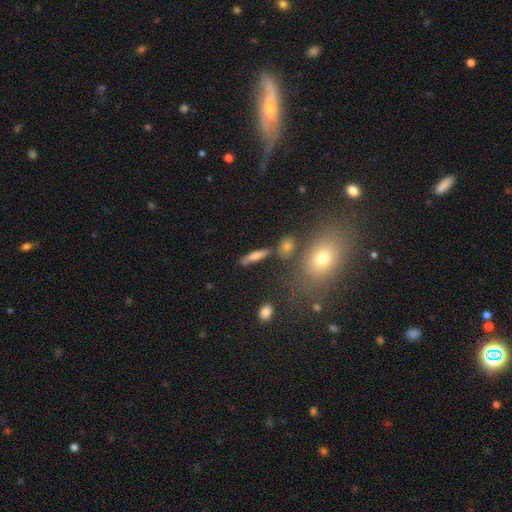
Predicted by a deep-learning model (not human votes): A smooth galaxy with no disk features (53%) that is cigar-shaped (68%). Merging: none (75%).